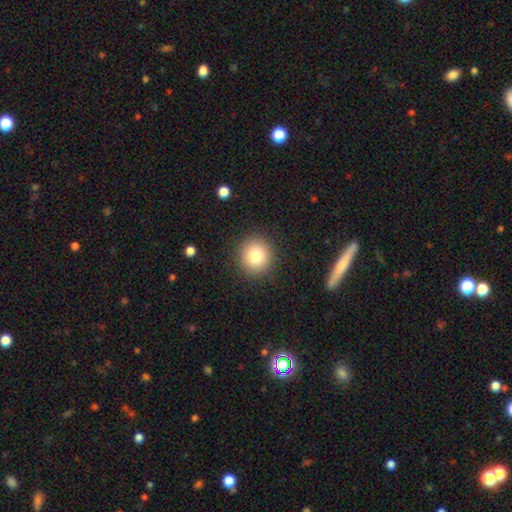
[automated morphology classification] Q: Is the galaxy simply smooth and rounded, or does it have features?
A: smooth — 80%.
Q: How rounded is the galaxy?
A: round — 93%.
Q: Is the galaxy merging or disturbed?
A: none — 91%.